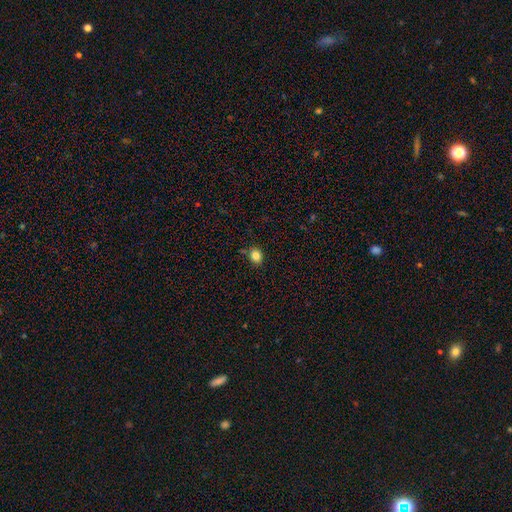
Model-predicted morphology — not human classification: Smooth or featured? Predicted: smooth (p=0.83). How rounded? Predicted: round (p=0.55). Merging? Predicted: none (p=0.80).